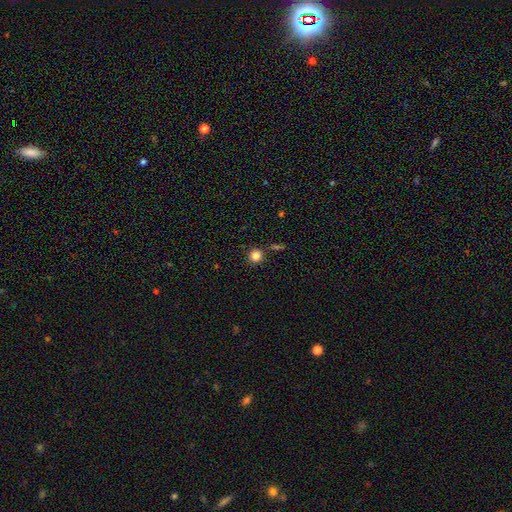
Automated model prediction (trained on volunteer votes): Overall: smooth (82%). How rounded: round (94%). Merging: none (86%).